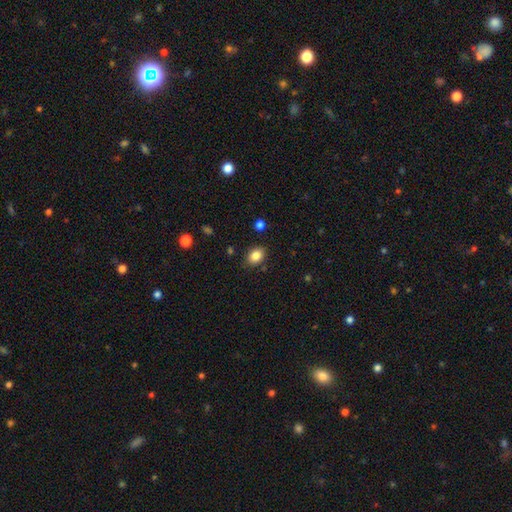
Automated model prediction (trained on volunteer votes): This appears to be a smooth galaxy with no disk features (85%) that is in between round and cigar-shaped (68%). Merging: none (85%).